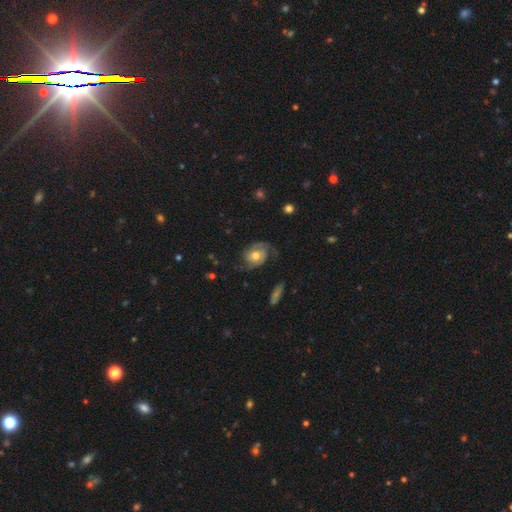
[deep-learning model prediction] A featured or disk galaxy (75%) with no bar (73%), 2 (83%) medium (45%) spiral arms (93%) and a moderate central bulge (71%).

Vote fractions:
- Smooth or featured? featured or disk: 75% / smooth: 18% / star or artifact: 7%
- Edge-on disk? no: 97% / yes: 3%
- Bar? no: 73% / weak: 22% / strong: 5%
- Spiral arms? yes: 93% / no: 7%
- Spiral winding? medium: 45% / tight: 30% / loose: 25%
- Spiral arm count? 2: 83% / can't tell: 7% / 1: 4% / 3: 3% / 4: 1% / more than 4: 1%
- Bulge size? moderate: 71% / small: 15% / large: 11% / none: 1% / dominant: 1%
- Merging? none: 65% / minor disturbance: 21% / major disturbance: 13% / merger: 2%